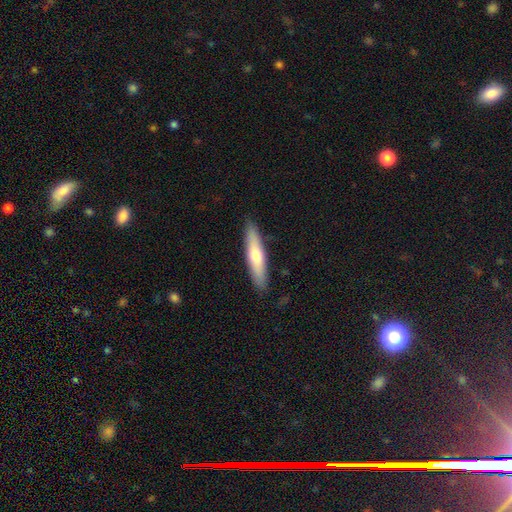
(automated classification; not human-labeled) smooth-or-featured: smooth: 60% | featured or disk: 35% | star or artifact: 5%
  how-rounded: cigar-shaped: 79% | in between: 20% | round: 2%
  merging: none: 88% | minor disturbance: 9% | major disturbance: 2% | merger: 1%